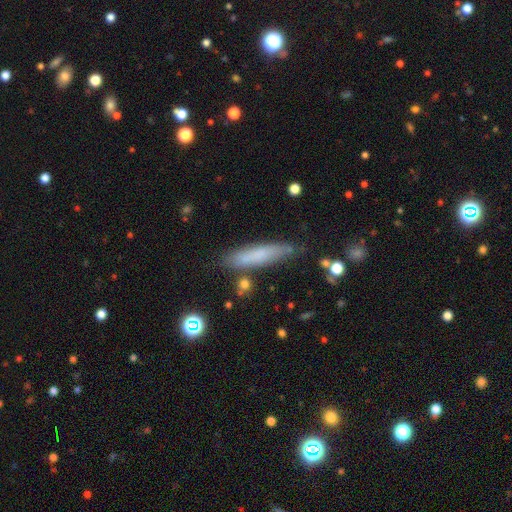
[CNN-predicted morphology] Smooth or featured?
  - smooth: 71% *
  - featured or disk: 20%
  - star or artifact: 8%
How rounded?
  - cigar-shaped: 83% *
  - in between: 16%
  - round: 2%
Merging?
  - none: 76% *
  - minor disturbance: 16%
  - merger: 4%
  - major disturbance: 4%